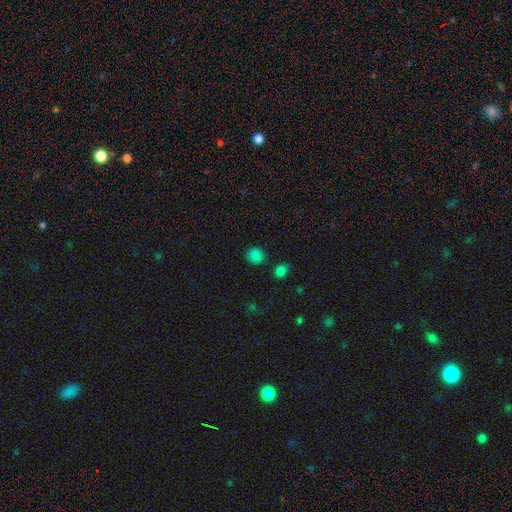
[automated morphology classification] Smooth or featured? smooth (80%)
How rounded? round (87%)
Merging? none (83%)